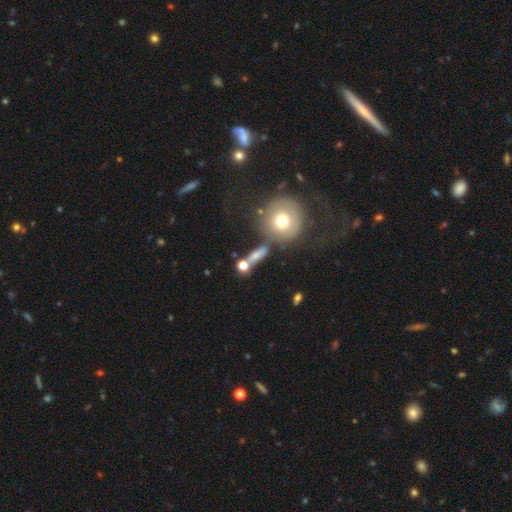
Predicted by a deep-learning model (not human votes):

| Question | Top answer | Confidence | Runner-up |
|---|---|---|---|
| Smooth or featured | smooth | 58% | featured or disk (29%) |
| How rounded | round | 35% | cigar-shaped (33%) |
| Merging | none | 54% | merger (23%) |